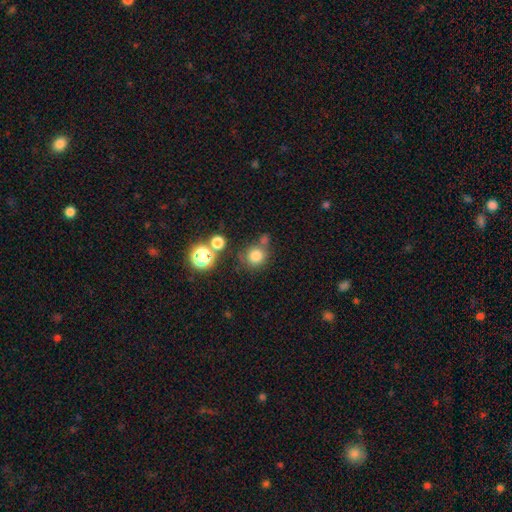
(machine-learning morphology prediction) smooth 77%, star or artifact 15%, featured or disk 7%. Down the decision tree: how rounded — round (89%); merging — none (66%).